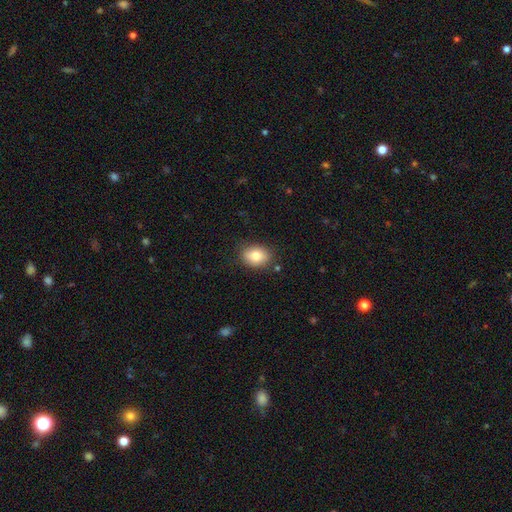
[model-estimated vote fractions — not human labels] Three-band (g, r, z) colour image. It shows a smooth galaxy with no disk features (82%) that is in between round and cigar-shaped (76%). Merging: none (83%).